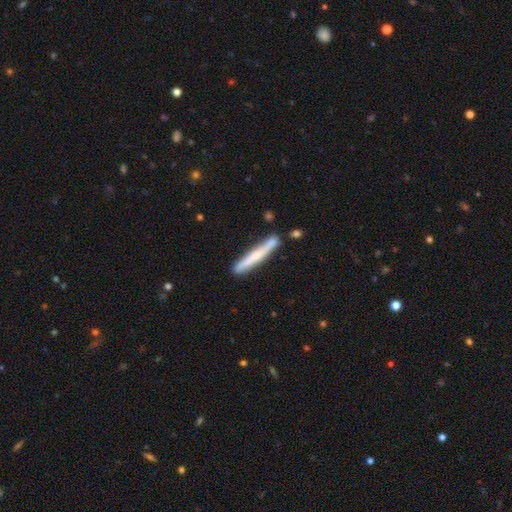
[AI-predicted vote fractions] The model was most divided on "smooth or featured": smooth: 50%, featured or disk: 45%, star or artifact: 5%. More confident: merging — none (79%).